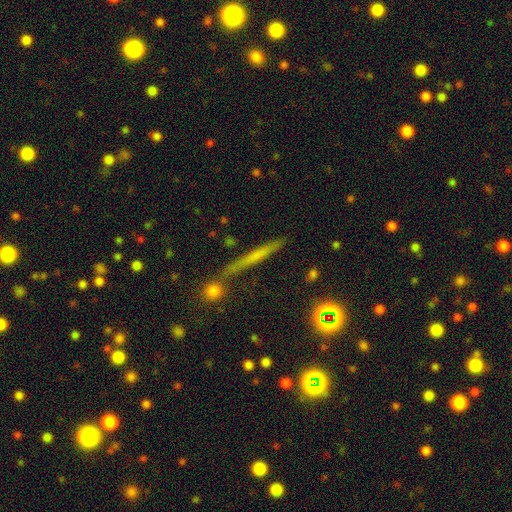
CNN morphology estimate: smooth 45%, featured or disk 39%, star or artifact 16%. Down the decision tree: merging — none (79%).